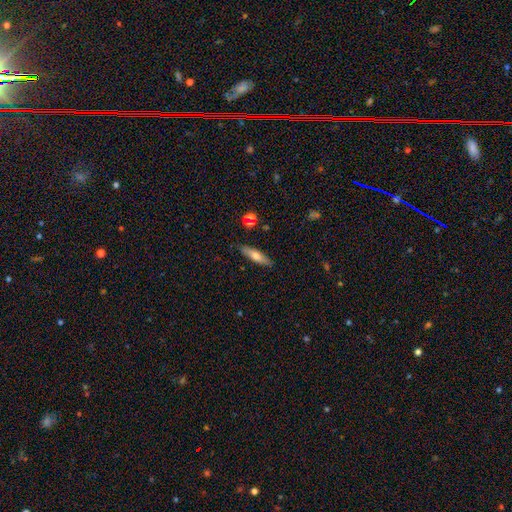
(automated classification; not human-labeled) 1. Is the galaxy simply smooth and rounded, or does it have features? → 64% smooth, 29% featured or disk, 7% star or artifact.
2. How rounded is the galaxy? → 67% cigar-shaped, 30% in between, 2% round.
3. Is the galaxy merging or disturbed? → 85% none, 10% minor disturbance, 3% merger, 2% major disturbance.